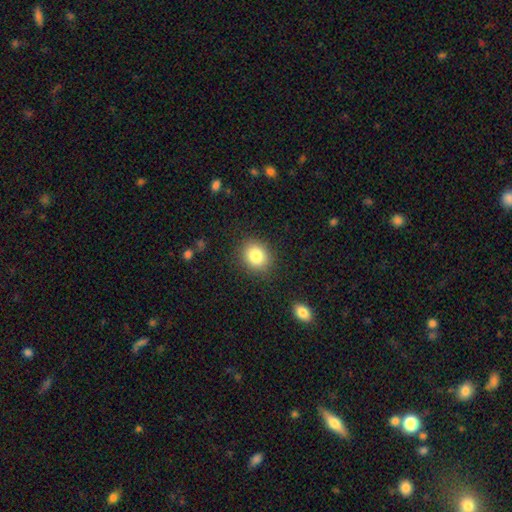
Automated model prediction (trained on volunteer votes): This is clearly a smooth galaxy (83%). How rounded: likely round (69%). Merging: clearly none (87%).